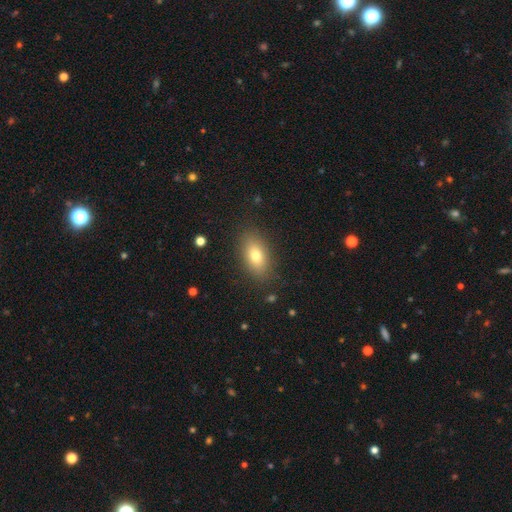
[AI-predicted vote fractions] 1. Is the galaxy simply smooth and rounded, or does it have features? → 76% smooth, 14% featured or disk, 10% star or artifact.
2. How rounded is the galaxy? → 87% in between, 9% round, 4% cigar-shaped.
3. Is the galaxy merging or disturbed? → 86% none, 9% minor disturbance, 3% major disturbance, 1% merger.